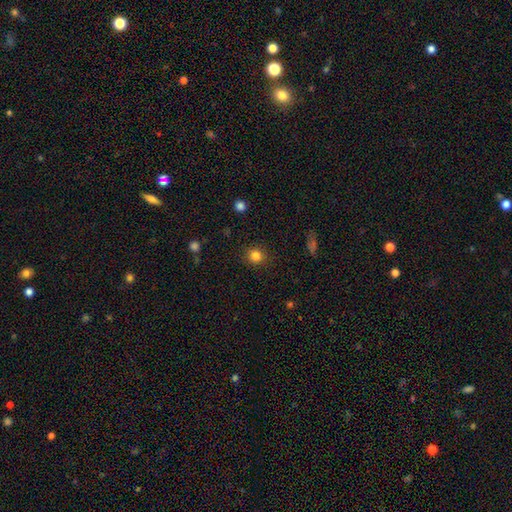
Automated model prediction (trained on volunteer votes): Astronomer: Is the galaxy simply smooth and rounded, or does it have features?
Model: smooth — 83%.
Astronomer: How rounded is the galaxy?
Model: round — 91%.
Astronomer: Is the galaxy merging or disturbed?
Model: none — 90%.